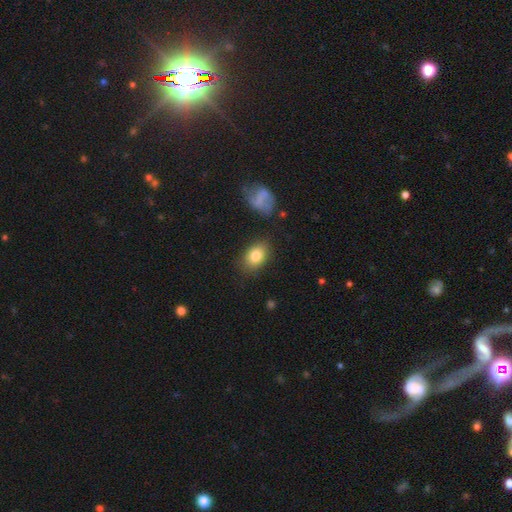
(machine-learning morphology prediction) The model was most divided on "how rounded": in between: 77%, round: 22%, cigar-shaped: 1%. More confident: smooth or featured — smooth (82%); merging — none (80%).